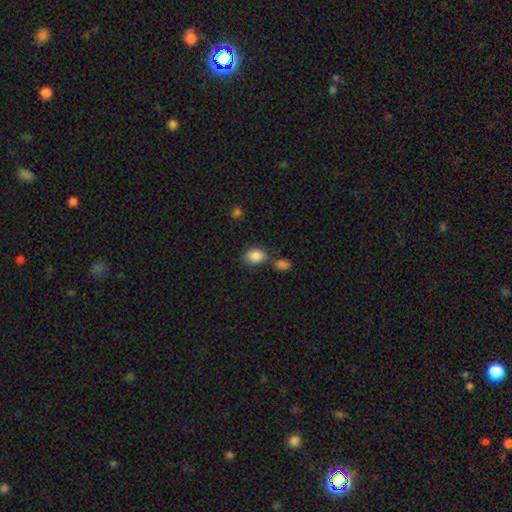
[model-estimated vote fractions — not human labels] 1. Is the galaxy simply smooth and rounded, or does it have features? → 87% smooth, 8% star or artifact, 5% featured or disk.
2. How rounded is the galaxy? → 73% in between, 26% round, 1% cigar-shaped.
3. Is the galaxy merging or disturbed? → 66% none, 15% merger, 15% minor disturbance, 4% major disturbance.